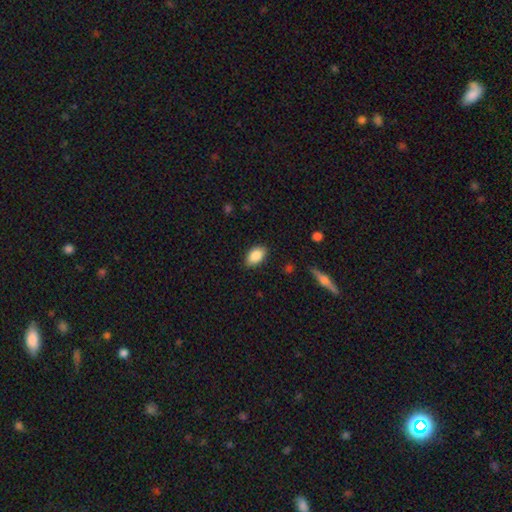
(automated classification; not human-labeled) smooth_or_featured: smooth (p=0.86) [alt: star or artifact p=0.07]
how_rounded: in between (p=0.91) [alt: round p=0.07]
merging: none (p=0.86) [alt: minor disturbance p=0.11]